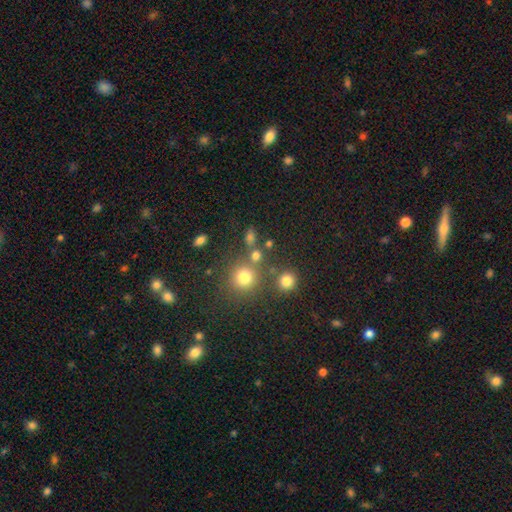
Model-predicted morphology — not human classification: This is likely a smooth galaxy (72%). How rounded: likely round (78%). Merging: likely none (67%).